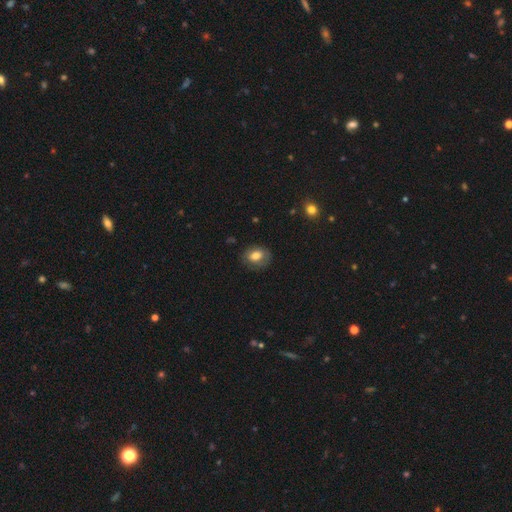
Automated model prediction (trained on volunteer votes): smooth 75%, featured or disk 17%, star or artifact 9%. Down the decision tree: how rounded — in between (61%); merging — none (77%).